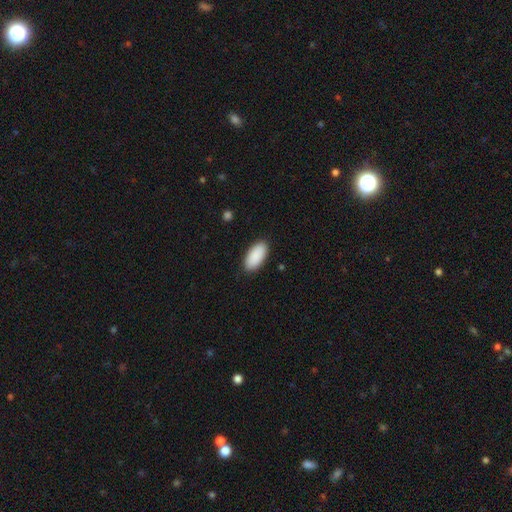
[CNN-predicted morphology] A smooth galaxy with no disk features (91%) that is in between round and cigar-shaped (94%). Merging: none (89%).